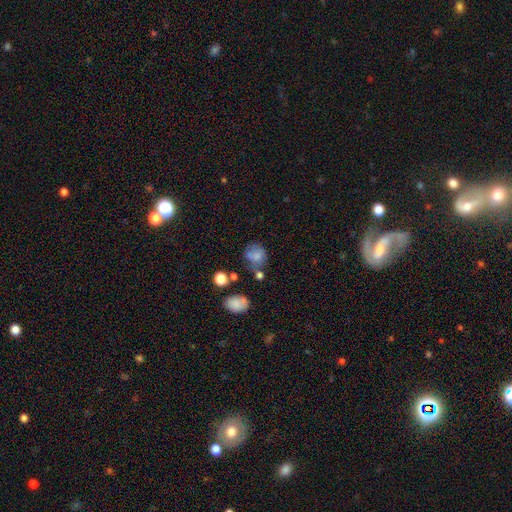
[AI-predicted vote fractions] A smooth galaxy with no disk features (71%) that is round (68%). Merging: none (47%).